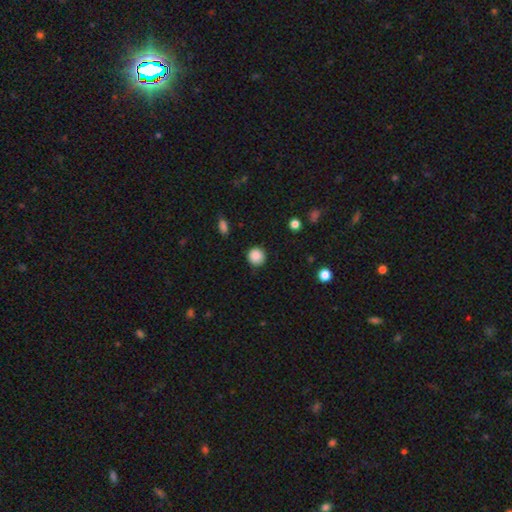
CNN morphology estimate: Smooth or featured?
  - smooth: 87% *
  - star or artifact: 10%
  - featured or disk: 3%
How rounded?
  - round: 93% *
  - in between: 6%
  - cigar-shaped: 1%
Merging?
  - none: 87% *
  - minor disturbance: 9%
  - major disturbance: 2%
  - merger: 1%